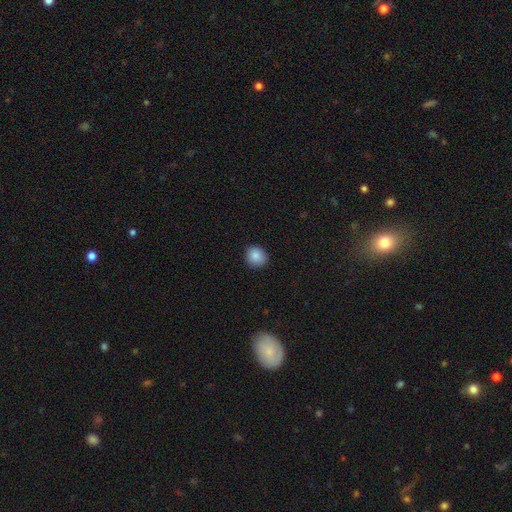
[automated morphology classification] smooth_or_featured: smooth (p=0.87) [alt: star or artifact p=0.09]
how_rounded: round (p=0.84) [alt: in between p=0.15]
merging: none (p=0.88) [alt: minor disturbance p=0.09]